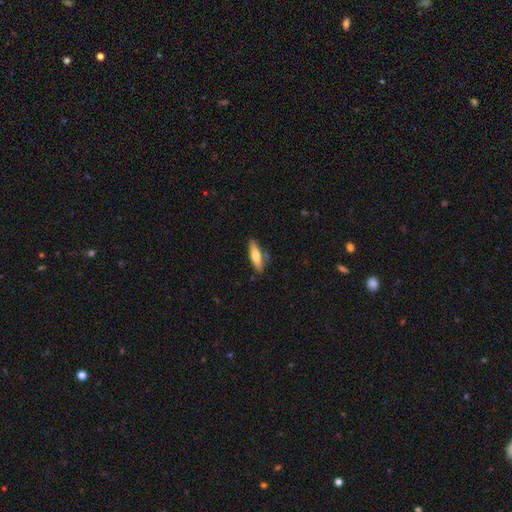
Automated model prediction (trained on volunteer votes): Q: Smooth or featured?
A: smooth (72%); runner-up: featured or disk (23%)
Q: How rounded?
A: cigar-shaped (60%); runner-up: in between (38%)
Q: Merging?
A: none (77%); runner-up: minor disturbance (16%)